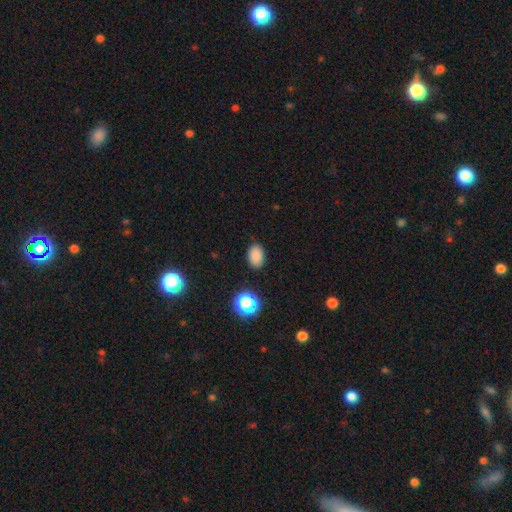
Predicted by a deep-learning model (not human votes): Smooth or featured?
  - smooth: 85% *
  - star or artifact: 11%
  - featured or disk: 4%
How rounded?
  - in between: 80% *
  - round: 19%
  - cigar-shaped: 1%
Merging?
  - none: 87% *
  - minor disturbance: 10%
  - major disturbance: 3%
  - merger: 1%